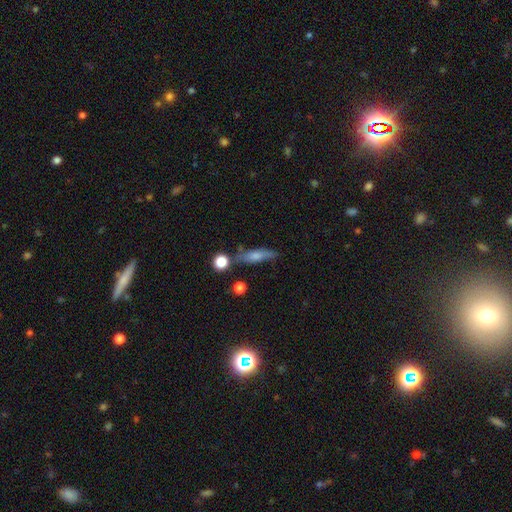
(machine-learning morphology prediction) Overall: smooth (61%; featured or disk 31%). How rounded: cigar-shaped (66%; in between 30%). Merging: none (69%).